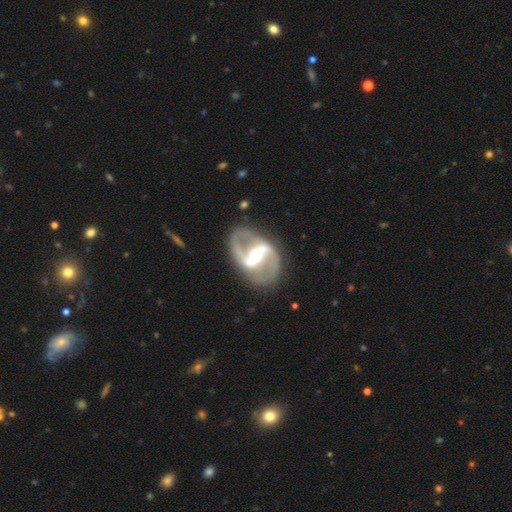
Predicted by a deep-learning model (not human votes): A featured or disk galaxy (91%) with a strong bar (60%), 2 (93%) medium (49%) spiral arms (95%) and a moderate central bulge (54%). Merging: none (81%).